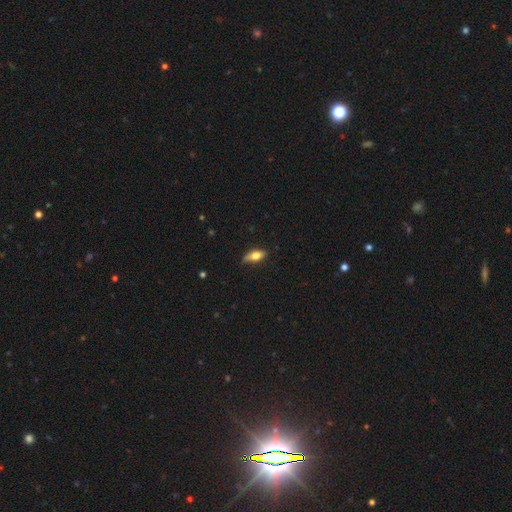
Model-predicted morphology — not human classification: A smooth galaxy with no disk features (70%) that is in between round and cigar-shaped (79%).

Vote fractions:
- Smooth or featured? smooth: 70% / featured or disk: 23% / star or artifact: 7%
- How rounded? in between: 79% / cigar-shaped: 17% / round: 5%
- Merging? none: 59% / minor disturbance: 32% / major disturbance: 7% / merger: 2%